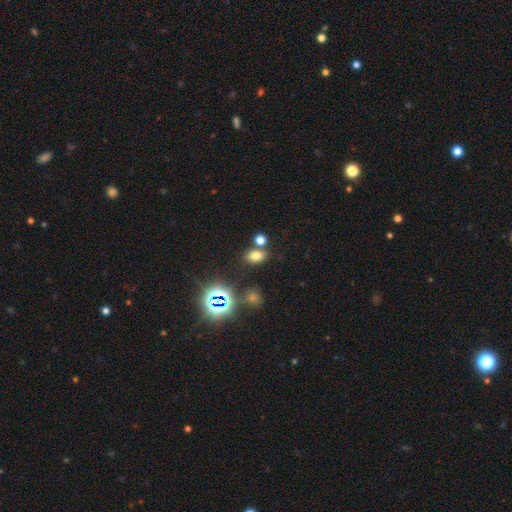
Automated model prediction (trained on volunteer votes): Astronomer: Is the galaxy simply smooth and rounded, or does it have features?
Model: smooth — 70%.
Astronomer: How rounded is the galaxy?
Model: in between — 76%.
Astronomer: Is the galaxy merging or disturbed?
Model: none — 71%.